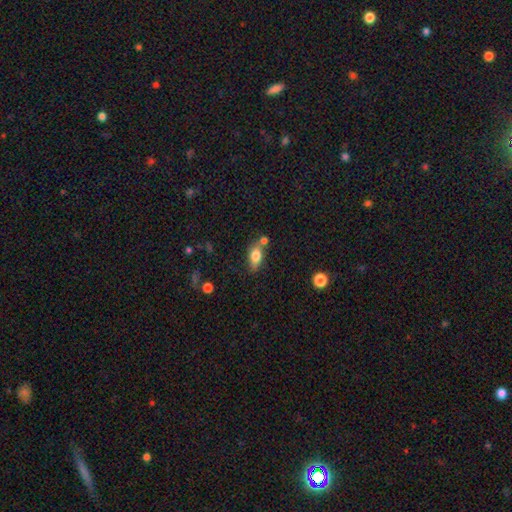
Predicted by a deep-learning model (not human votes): Q: Smooth or featured?
A: smooth (77%); runner-up: featured or disk (14%)
Q: How rounded?
A: in between (81%); runner-up: cigar-shaped (9%)
Q: Merging?
A: none (58%); runner-up: merger (20%)